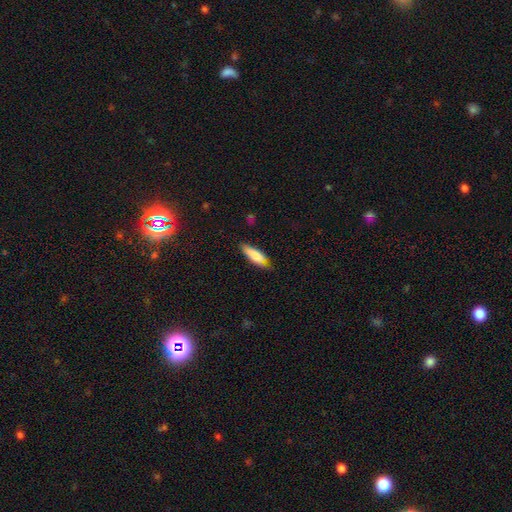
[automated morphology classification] This appears to be a smooth galaxy with no disk features (77%) that is in between round and cigar-shaped (50%). Merging: none (72%).